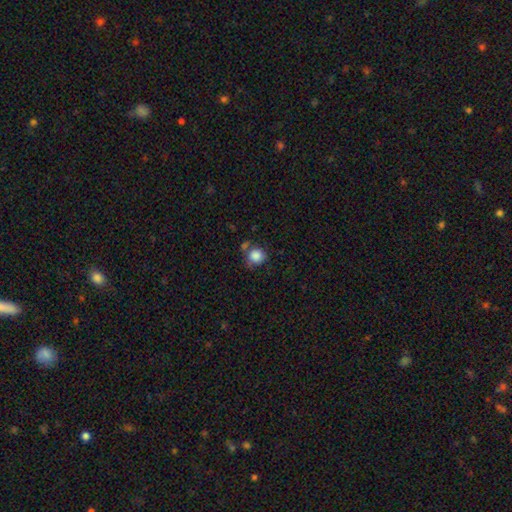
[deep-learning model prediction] Smooth or featured? Predicted: smooth (p=0.86). How rounded? Predicted: round (p=0.84). Merging? Predicted: none (p=0.58).